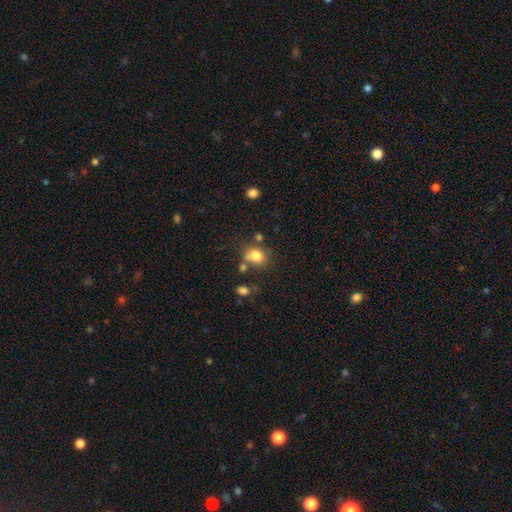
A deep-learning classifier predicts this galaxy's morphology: A smooth galaxy with no disk features (78%) that is round (55%). Merging: none (57%).